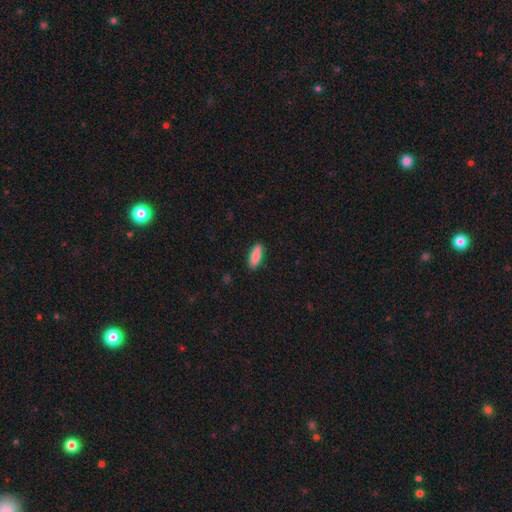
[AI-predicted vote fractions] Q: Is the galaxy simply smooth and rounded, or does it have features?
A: smooth — 89%.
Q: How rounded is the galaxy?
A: in between — 69%.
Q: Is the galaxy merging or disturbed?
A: none — 88%.